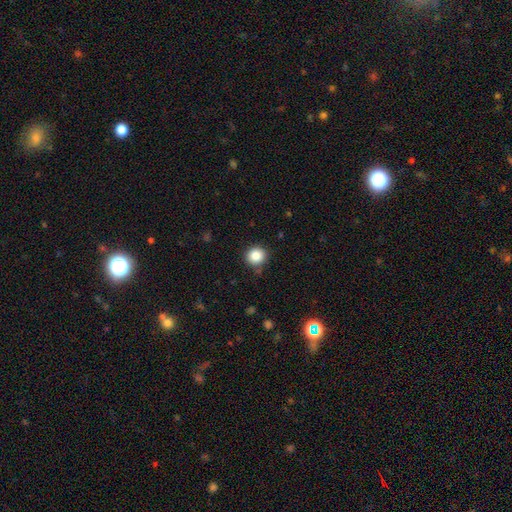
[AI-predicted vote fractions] smooth 85%, star or artifact 10%, featured or disk 4%. Down the decision tree: how rounded — round (89%); merging — none (87%).